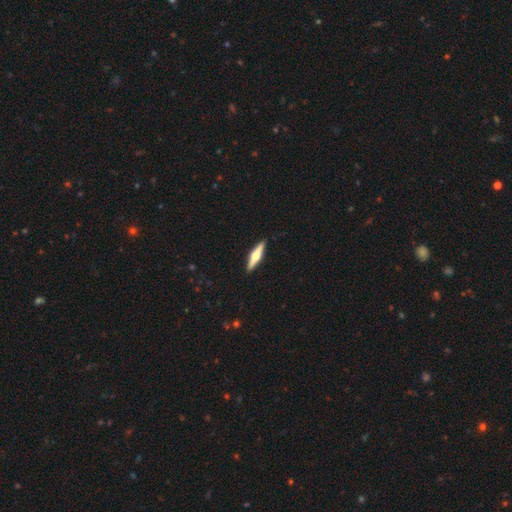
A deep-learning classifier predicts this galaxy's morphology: This is likely a featured or disk galaxy (66%). It is clearly viewed edge-on (97%). Edge-on bulge: clearly rounded (94%). Merging: clearly none (92%).